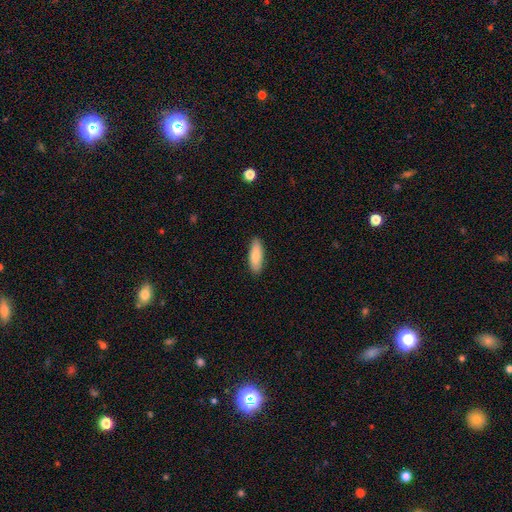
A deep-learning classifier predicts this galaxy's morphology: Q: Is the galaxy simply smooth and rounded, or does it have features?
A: smooth — 80%.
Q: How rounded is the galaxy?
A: in between — 61%.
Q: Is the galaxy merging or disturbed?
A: none — 89%.